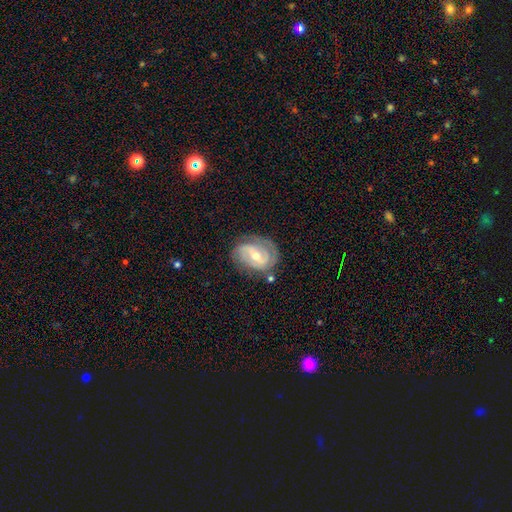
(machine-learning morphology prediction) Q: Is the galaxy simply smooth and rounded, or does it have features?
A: featured or disk — 83%.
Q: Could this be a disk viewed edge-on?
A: no — 97%.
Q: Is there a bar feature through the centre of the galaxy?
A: weak — 47%.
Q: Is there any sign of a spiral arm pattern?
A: yes — 94%.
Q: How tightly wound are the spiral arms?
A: tight — 53%.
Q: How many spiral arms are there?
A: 2 — 64%.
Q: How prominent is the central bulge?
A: moderate — 55%.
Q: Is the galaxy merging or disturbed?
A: none — 72%.